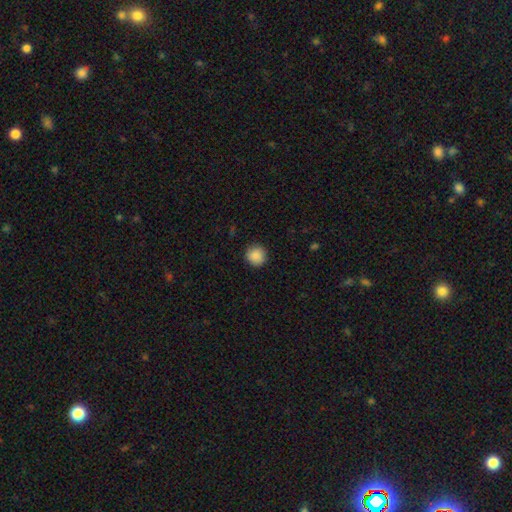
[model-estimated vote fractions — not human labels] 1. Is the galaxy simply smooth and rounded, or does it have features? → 89% smooth, 8% star or artifact, 3% featured or disk.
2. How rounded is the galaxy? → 94% round, 5% in between, 1% cigar-shaped.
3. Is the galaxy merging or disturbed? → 91% none, 6% minor disturbance, 2% major disturbance, 1% merger.